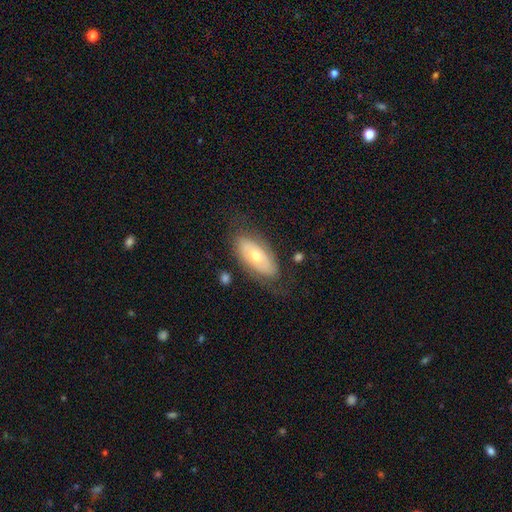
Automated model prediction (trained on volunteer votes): Q: Smooth or featured?
A: featured or disk (55%); runner-up: smooth (39%)
Q: Edge-on disk?
A: no (86%); runner-up: yes (14%)
Q: Merging?
A: none (71%); runner-up: minor disturbance (19%)